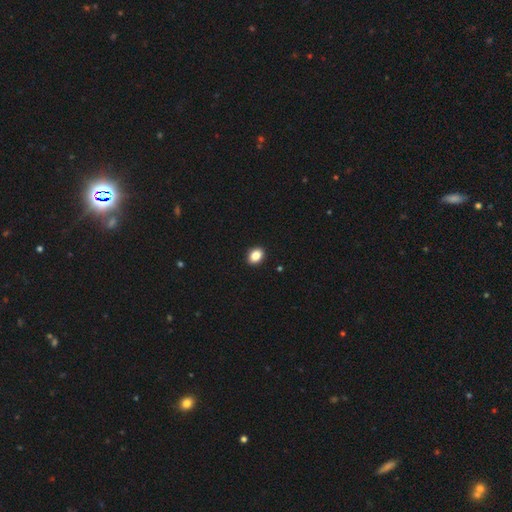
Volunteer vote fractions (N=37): Volunteers were most divided on "how rounded": in between: 65%, round: 35%, cigar-shaped: 0%. More confident: smooth or featured — smooth (92%); merging — none (91%).